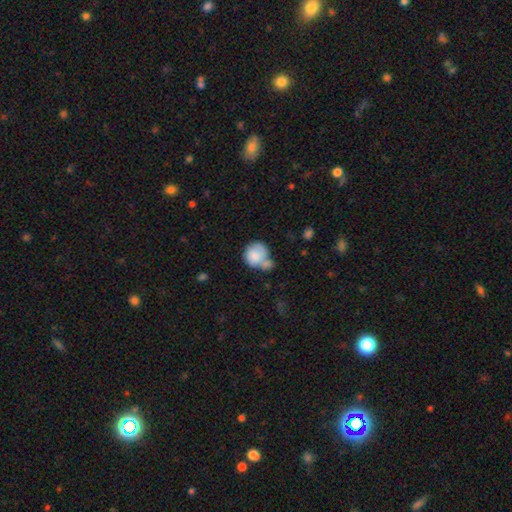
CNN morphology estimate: A smooth galaxy with no disk features (77%) that is round (80%). Merging: merger (40%).